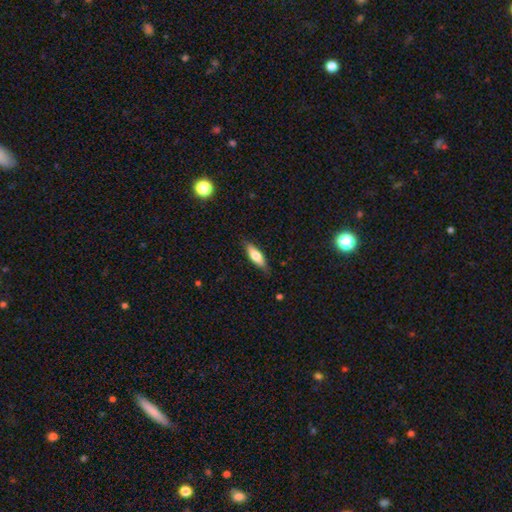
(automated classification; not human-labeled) Smooth or featured? smooth (63%)
How rounded? in between (52%)
Merging? none (81%)